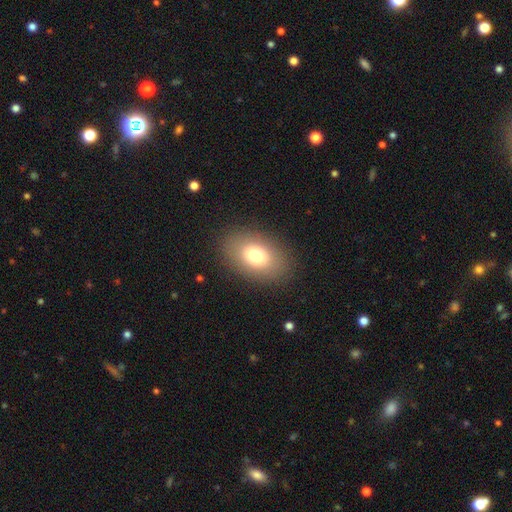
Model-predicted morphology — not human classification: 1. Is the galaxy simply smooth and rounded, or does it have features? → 76% smooth, 14% featured or disk, 10% star or artifact.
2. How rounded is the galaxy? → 83% in between, 16% round, 1% cigar-shaped.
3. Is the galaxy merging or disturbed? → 86% none, 9% minor disturbance, 4% major disturbance, 1% merger.